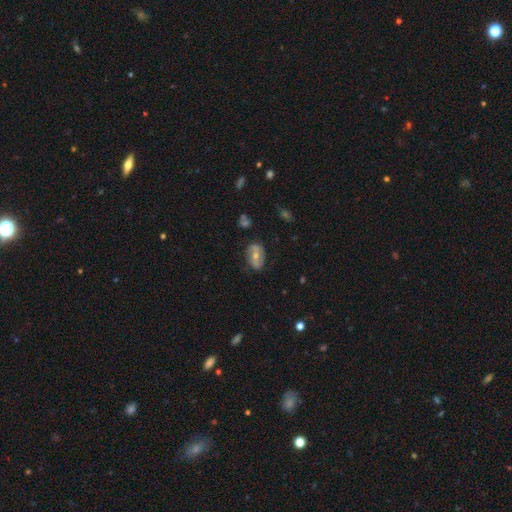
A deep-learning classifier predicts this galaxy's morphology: This appears to be a featured or disk galaxy (64%) with a weak bar (37%), spiral arms (75%) and a moderate central bulge (64%). Merging: none (76%).